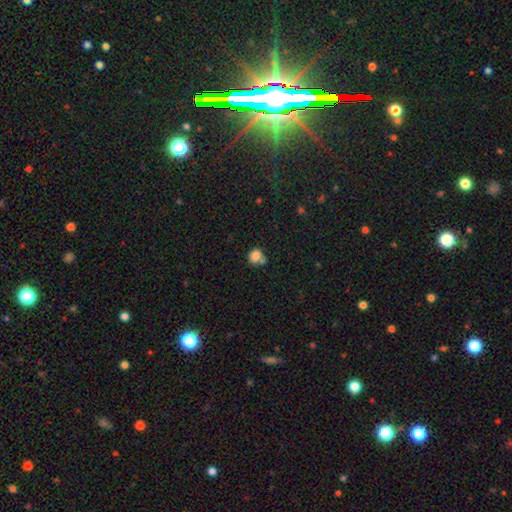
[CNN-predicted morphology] Smooth or featured? Predicted: smooth (p=0.81). How rounded? Predicted: round (p=0.61). Merging? Predicted: none (p=0.46).